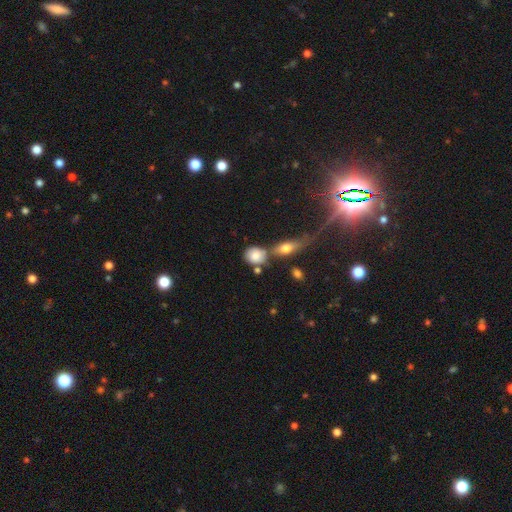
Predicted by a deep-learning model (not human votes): Overall: smooth (79%). How rounded: round (58%; in between 39%). Merging: none (47%; merger 31%).